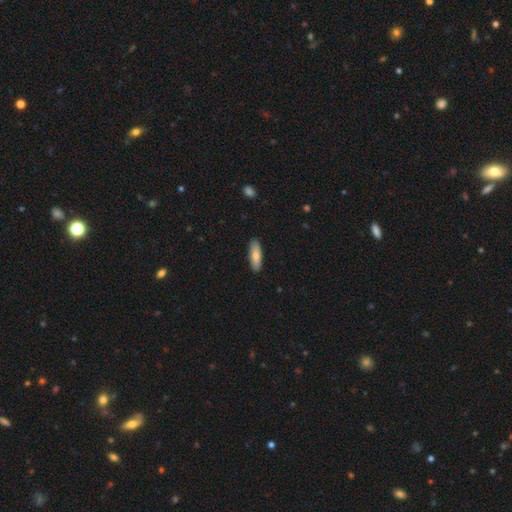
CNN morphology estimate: This is likely a smooth galaxy (78%). How rounded: possibly in between (50%). Merging: clearly none (89%).